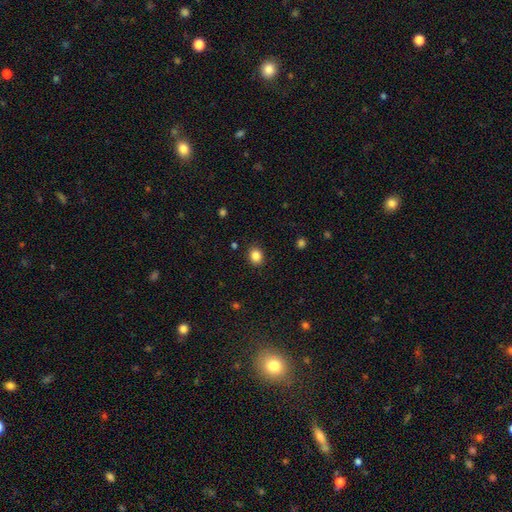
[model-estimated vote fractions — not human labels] Smooth or featured?
  - smooth: 85% *
  - star or artifact: 11%
  - featured or disk: 4%
How rounded?
  - round: 63% *
  - in between: 36%
  - cigar-shaped: 1%
Merging?
  - none: 89% *
  - minor disturbance: 7%
  - major disturbance: 2%
  - merger: 1%